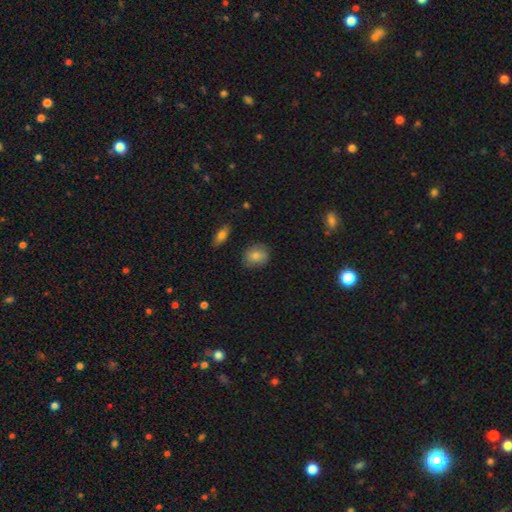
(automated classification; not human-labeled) Smooth or featured? smooth (77%)
How rounded? round (54%)
Merging? none (77%)